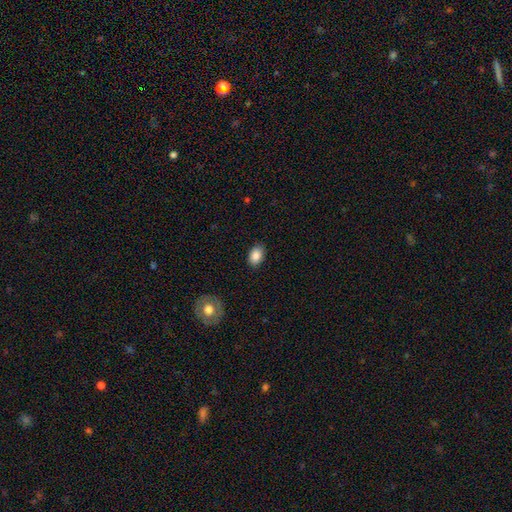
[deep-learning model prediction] A smooth galaxy with no disk features (87%) that is in between round and cigar-shaped (84%). Merging: none (87%).